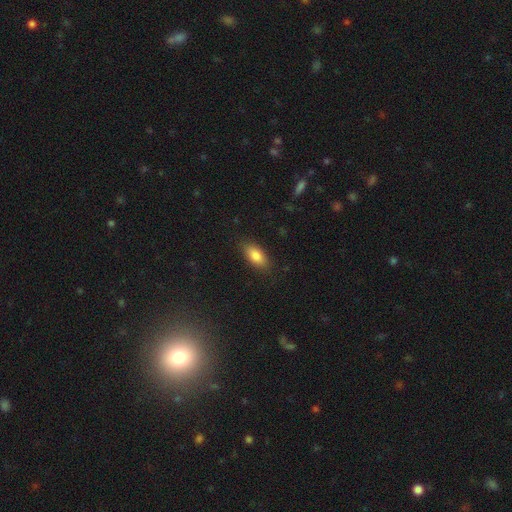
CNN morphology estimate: smooth 84%, featured or disk 8%, star or artifact 7%. Down the decision tree: how rounded — in between (88%); merging — none (86%).